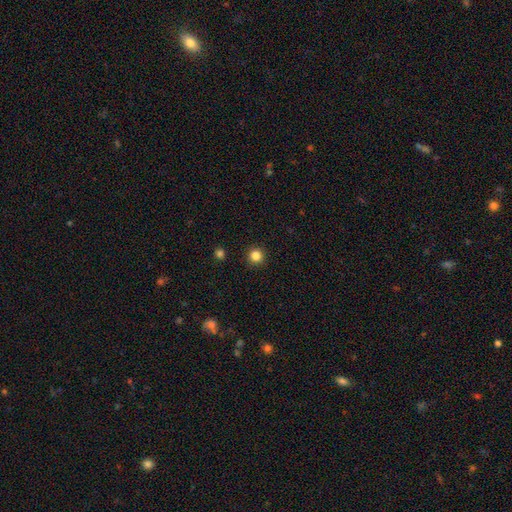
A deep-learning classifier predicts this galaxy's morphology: Smooth or featured? smooth (84%)
How rounded? round (95%)
Merging? none (93%)